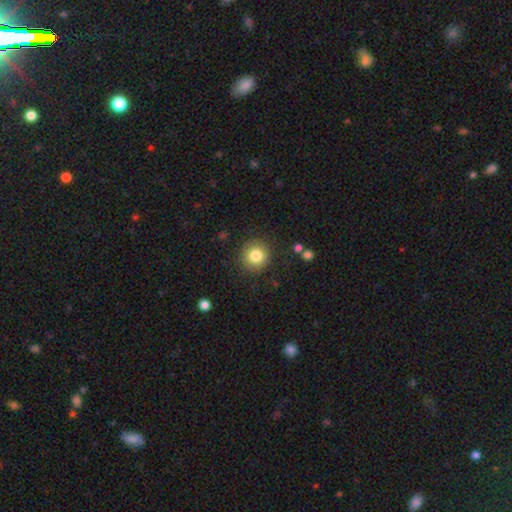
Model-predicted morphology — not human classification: A smooth galaxy with no disk features (82%) that is round (93%).

Vote fractions:
- Smooth or featured? smooth: 82% / star or artifact: 10% / featured or disk: 8%
- How rounded? round: 93% / in between: 6% / cigar-shaped: 1%
- Merging? none: 87% / minor disturbance: 8% / major disturbance: 3% / merger: 2%